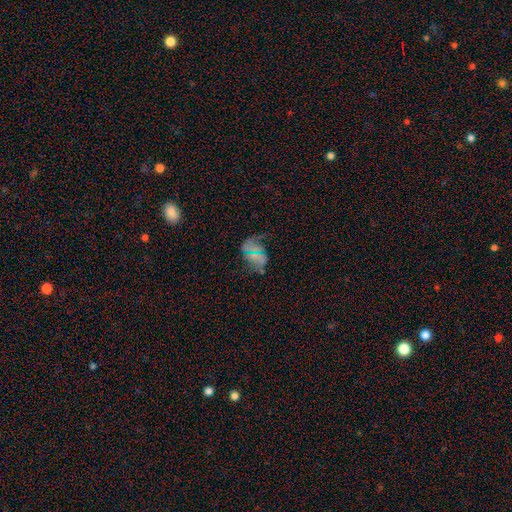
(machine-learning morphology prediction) A smooth galaxy with no disk features (40%). Merging: none (51%).